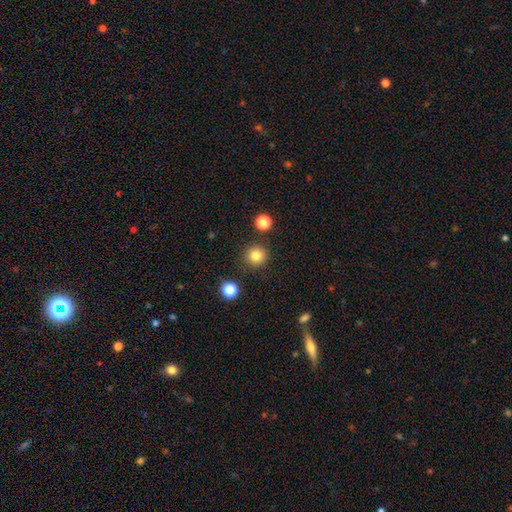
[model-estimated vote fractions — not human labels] Smooth or featured?
  - smooth: 82% *
  - star or artifact: 13%
  - featured or disk: 5%
How rounded?
  - round: 94% *
  - in between: 5%
  - cigar-shaped: 1%
Merging?
  - none: 89% *
  - minor disturbance: 6%
  - merger: 3%
  - major disturbance: 2%